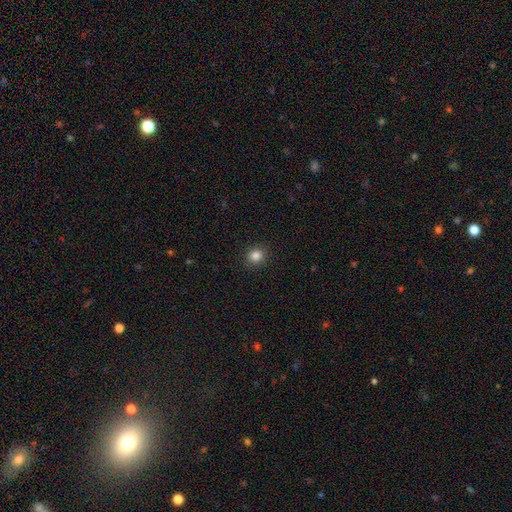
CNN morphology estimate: Smooth or featured?
  - smooth: 84% *
  - star or artifact: 12%
  - featured or disk: 4%
How rounded?
  - round: 84% *
  - in between: 15%
  - cigar-shaped: 1%
Merging?
  - none: 91% *
  - minor disturbance: 6%
  - major disturbance: 2%
  - merger: 1%